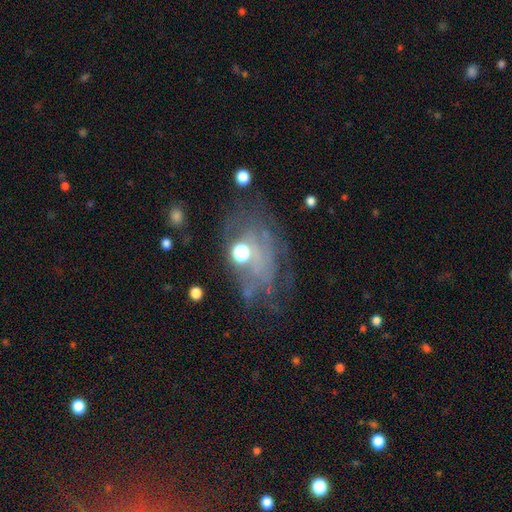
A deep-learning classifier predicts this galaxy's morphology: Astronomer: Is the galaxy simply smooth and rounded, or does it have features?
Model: featured or disk — 53%.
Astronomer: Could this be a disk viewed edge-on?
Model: no — 92%.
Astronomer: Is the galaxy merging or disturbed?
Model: none — 61%.